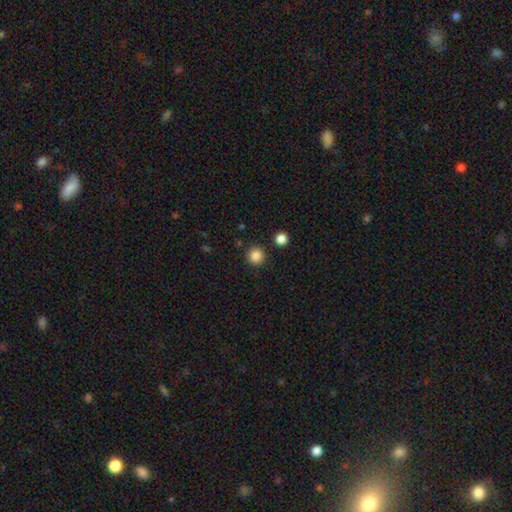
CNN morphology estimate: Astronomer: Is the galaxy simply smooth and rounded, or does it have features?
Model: smooth — 86%.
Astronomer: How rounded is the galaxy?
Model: round — 94%.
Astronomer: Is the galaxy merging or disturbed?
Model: none — 90%.